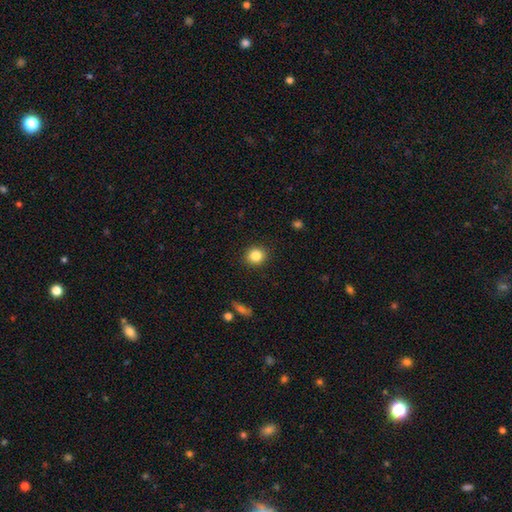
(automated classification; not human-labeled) smooth 84%, star or artifact 10%, featured or disk 6%. Down the decision tree: how rounded — round (84%); merging — none (90%).